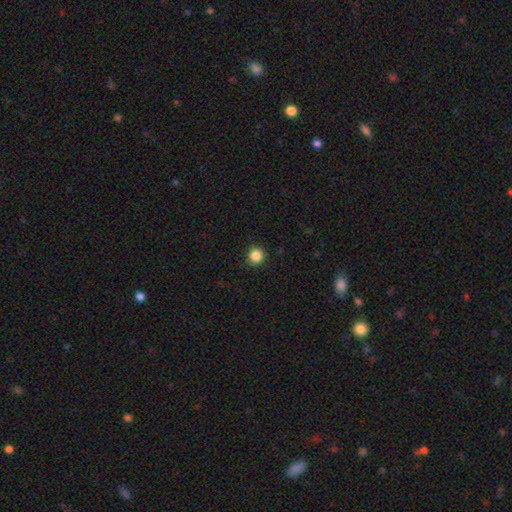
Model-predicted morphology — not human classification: Smooth or featured? Predicted: smooth (p=0.86). How rounded? Predicted: round (p=0.94). Merging? Predicted: none (p=0.91).